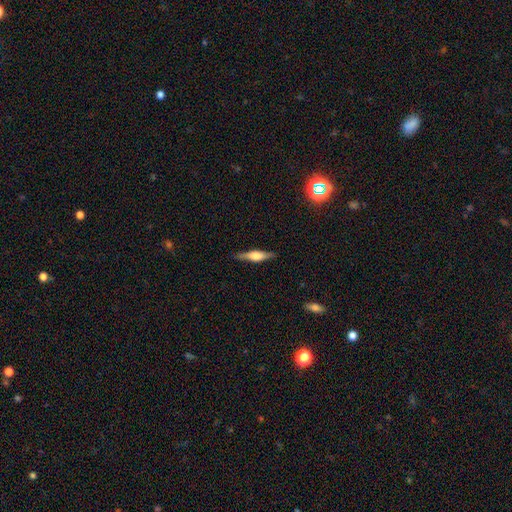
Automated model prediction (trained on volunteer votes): Smooth or featured? Predicted: featured or disk (p=0.63). Edge-on disk? Predicted: yes (p=0.96). Edge-on bulge? Predicted: rounded (p=0.76). Merging? Predicted: none (p=0.86).